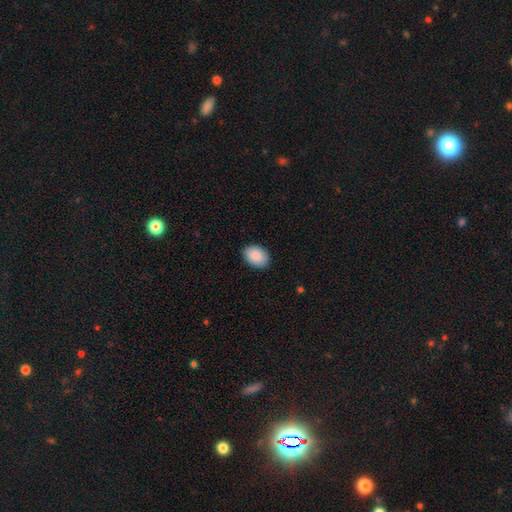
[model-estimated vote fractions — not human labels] Smooth or featured? Predicted: smooth (p=0.90). How rounded? Predicted: in between (p=0.79). Merging? Predicted: none (p=0.89).